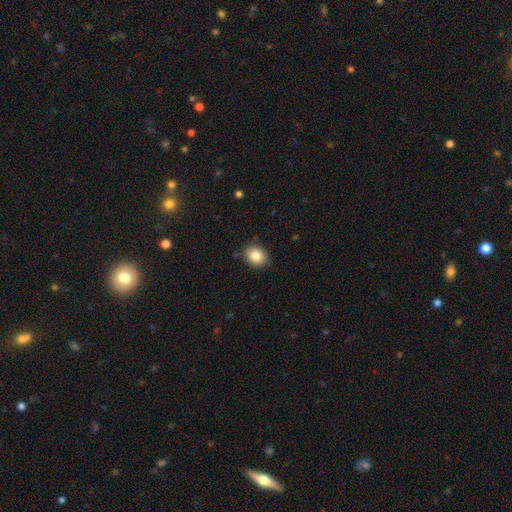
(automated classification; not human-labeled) This is clearly a smooth galaxy (84%). How rounded: possibly round (55%). Merging: clearly none (87%).